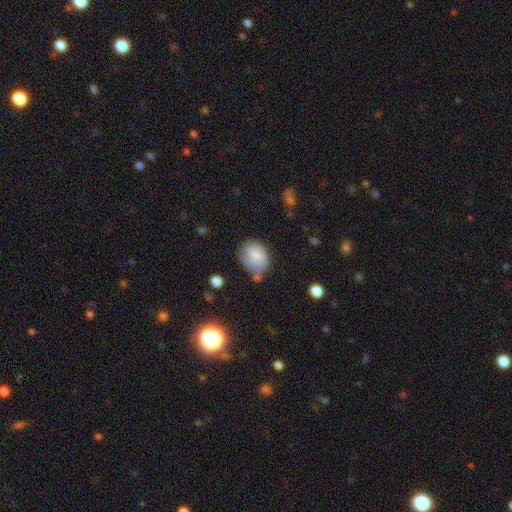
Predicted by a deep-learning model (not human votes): This is clearly a smooth galaxy (81%). How rounded: possibly in between (50%). Merging: possibly none (54%).